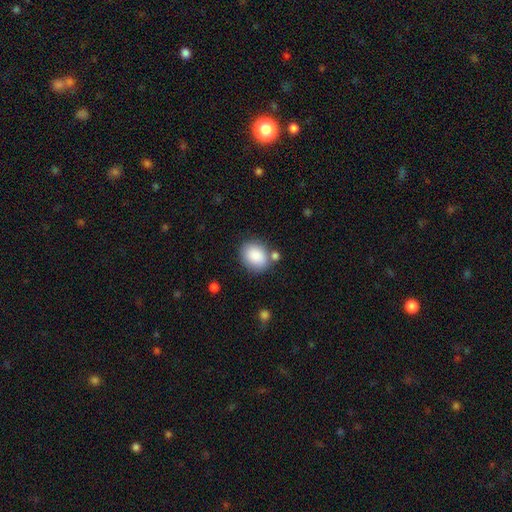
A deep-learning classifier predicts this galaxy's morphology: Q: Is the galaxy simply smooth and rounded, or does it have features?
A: smooth — 87%.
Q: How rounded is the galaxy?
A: in between — 56%.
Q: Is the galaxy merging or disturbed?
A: none — 71%.